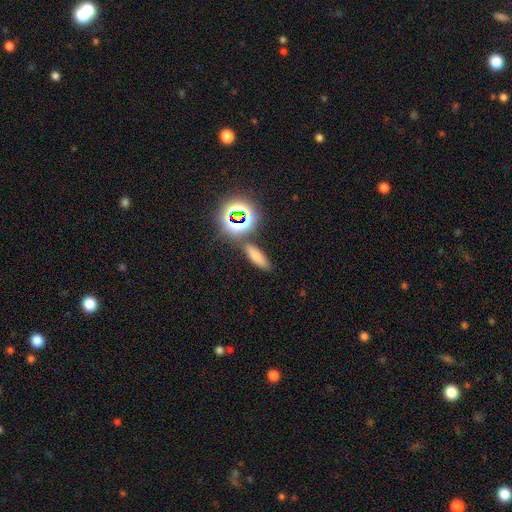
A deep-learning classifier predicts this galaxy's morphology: This is likely a smooth galaxy (66%). How rounded: possibly in between (51%). Merging: likely none (78%).